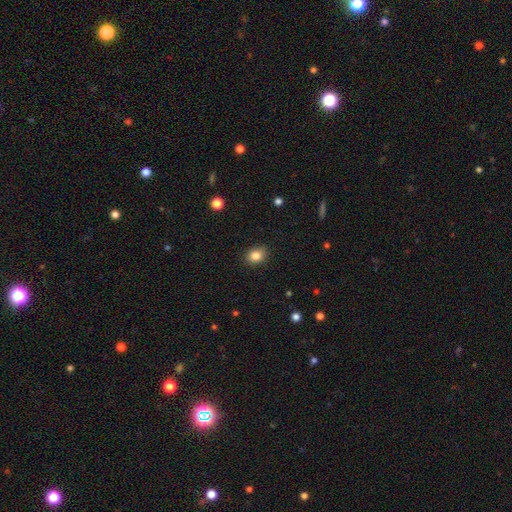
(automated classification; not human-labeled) Q: Smooth or featured?
A: smooth (84%); runner-up: star or artifact (10%)
Q: How rounded?
A: in between (51%); runner-up: round (48%)
Q: Merging?
A: none (88%); runner-up: minor disturbance (9%)